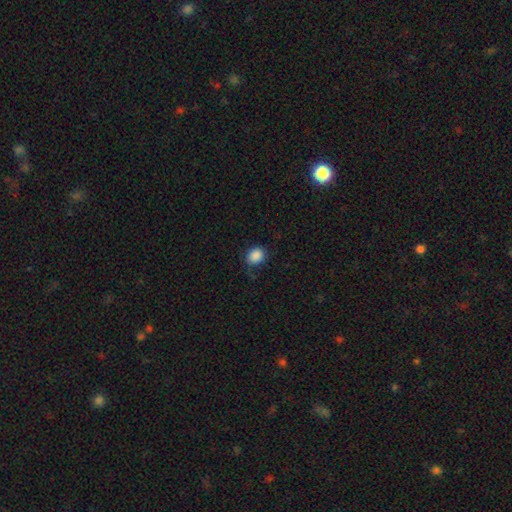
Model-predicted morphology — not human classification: Smooth or featured? smooth (88%)
How rounded? round (61%)
Merging? none (76%)